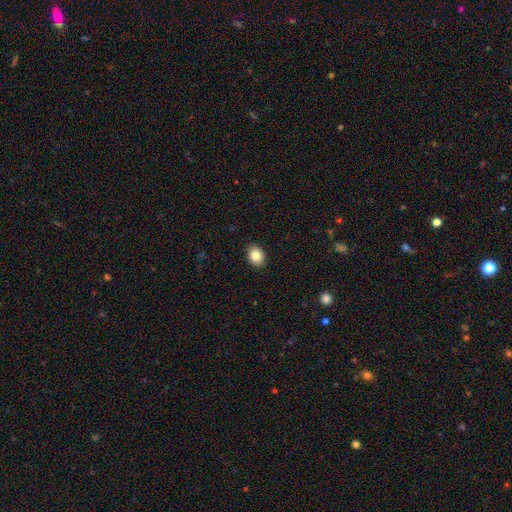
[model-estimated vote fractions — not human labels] Q: Smooth or featured?
A: smooth (84%); runner-up: star or artifact (9%)
Q: How rounded?
A: in between (56%); runner-up: round (43%)
Q: Merging?
A: none (90%); runner-up: minor disturbance (7%)